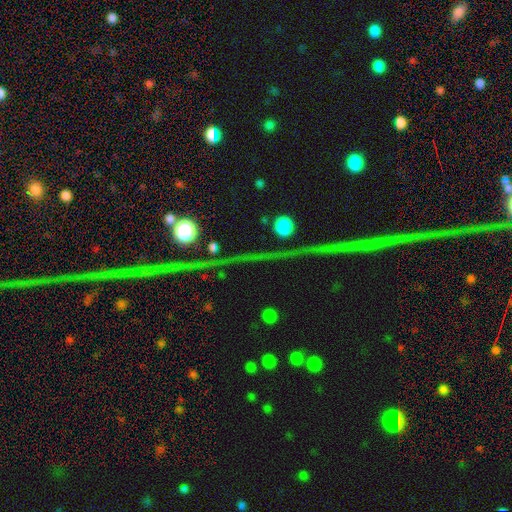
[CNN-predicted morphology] The model was most divided on "smooth or featured": star or artifact: 70%, featured or disk: 16%, smooth: 14%.